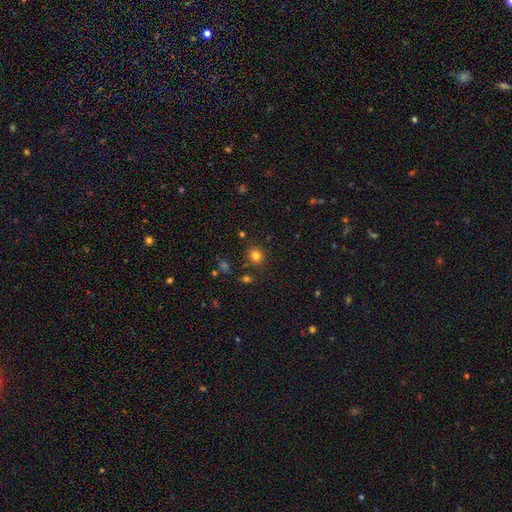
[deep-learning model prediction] Q: Smooth or featured?
A: smooth (80%); runner-up: star or artifact (15%)
Q: How rounded?
A: round (77%); runner-up: in between (22%)
Q: Merging?
A: none (83%); runner-up: minor disturbance (10%)